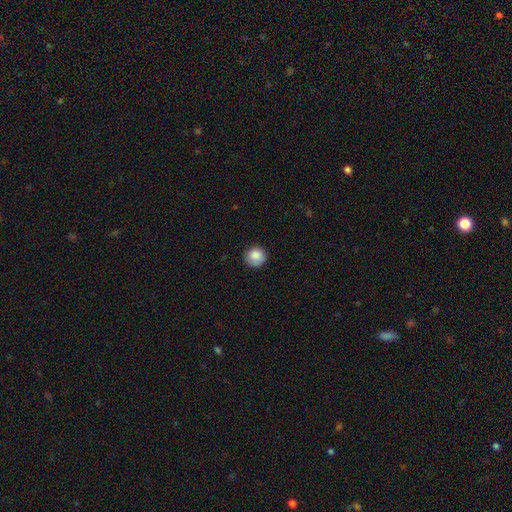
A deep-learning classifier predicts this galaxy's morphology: Smooth or featured?
  - smooth: 86% *
  - star or artifact: 9%
  - featured or disk: 5%
How rounded?
  - round: 91% *
  - in between: 8%
  - cigar-shaped: 1%
Merging?
  - none: 79% *
  - minor disturbance: 16%
  - major disturbance: 3%
  - merger: 1%